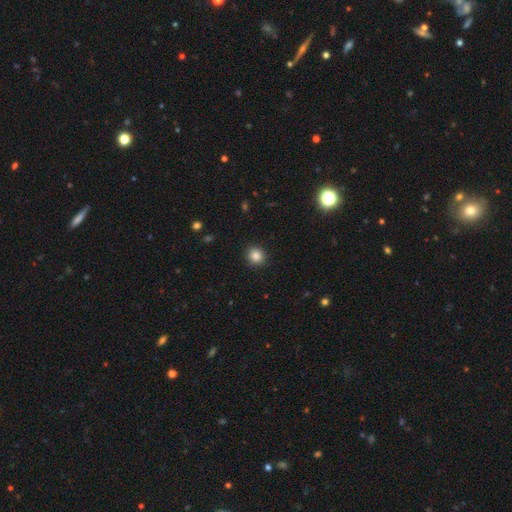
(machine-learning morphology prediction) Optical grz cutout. It shows a smooth galaxy with no disk features (85%) that is round (87%). Merging: none (91%).